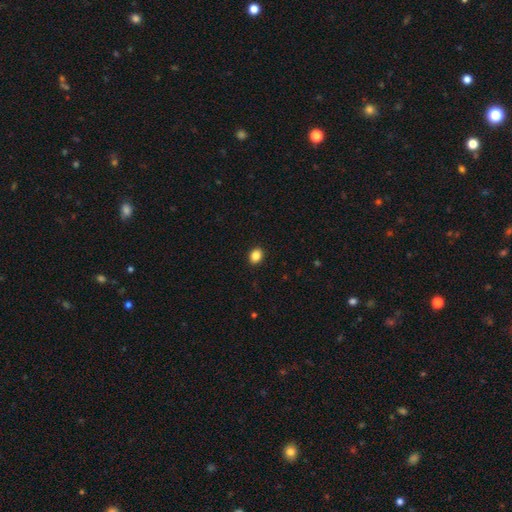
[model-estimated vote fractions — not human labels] Smooth or featured?
  - smooth: 87% *
  - star or artifact: 10%
  - featured or disk: 4%
How rounded?
  - in between: 56% *
  - round: 43%
  - cigar-shaped: 1%
Merging?
  - none: 92% *
  - minor disturbance: 6%
  - major disturbance: 2%
  - merger: 1%